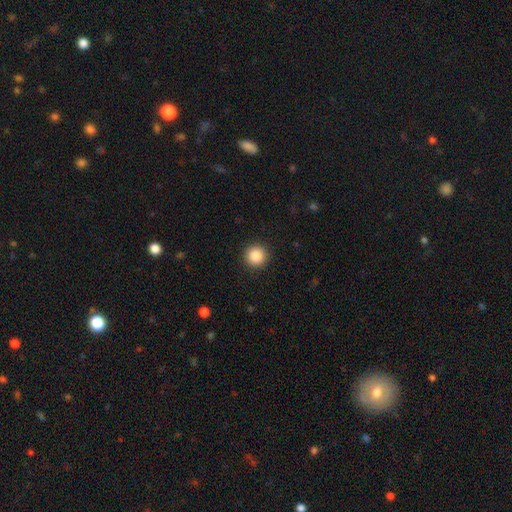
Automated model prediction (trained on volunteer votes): A smooth galaxy with no disk features (87%) that is round (95%).

Vote fractions:
- Smooth or featured? smooth: 87% / star or artifact: 9% / featured or disk: 4%
- How rounded? round: 95% / in between: 4% / cigar-shaped: 1%
- Merging? none: 92% / minor disturbance: 5% / major disturbance: 2% / merger: 1%